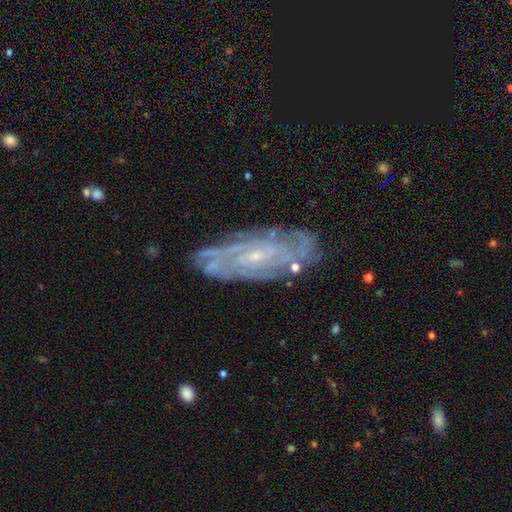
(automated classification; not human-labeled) A featured or disk galaxy (79%) with no bar (61%), tight (67%) spiral arms (89%) and a small central bulge (82%). Merging: none (79%).